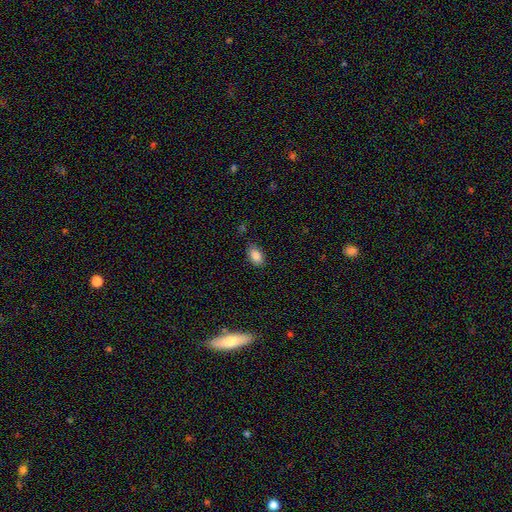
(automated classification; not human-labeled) Smooth or featured? Predicted: smooth (p=0.87). How rounded? Predicted: in between (p=0.90). Merging? Predicted: none (p=0.79).